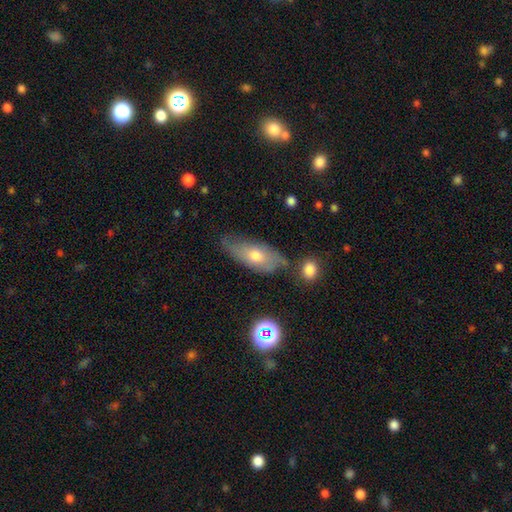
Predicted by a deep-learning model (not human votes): smooth_or_featured: smooth (p=0.58) [alt: featured or disk p=0.33]
how_rounded: in between (p=0.83) [alt: cigar-shaped p=0.13]
merging: none (p=0.55) [alt: minor disturbance p=0.30]